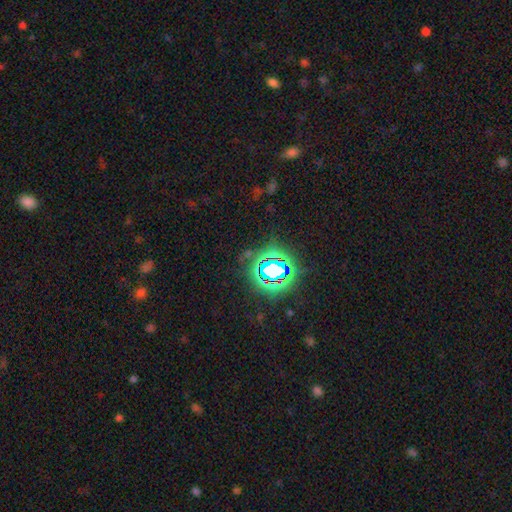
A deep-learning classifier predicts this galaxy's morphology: Smooth or featured? star or artifact (78%)